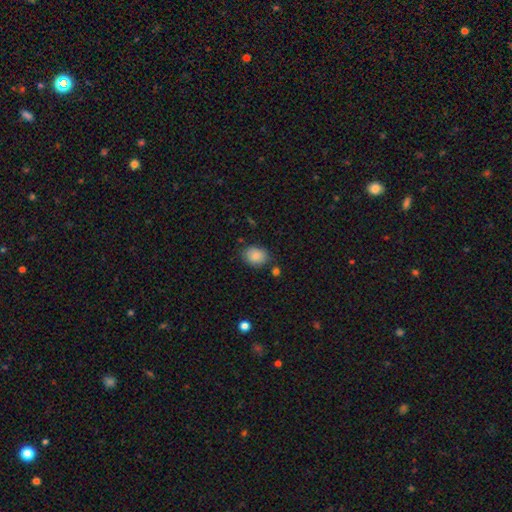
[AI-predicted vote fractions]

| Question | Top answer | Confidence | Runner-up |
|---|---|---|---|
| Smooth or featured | smooth | 86% | star or artifact (8%) |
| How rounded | in between | 60% | round (39%) |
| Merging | none | 78% | minor disturbance (15%) |